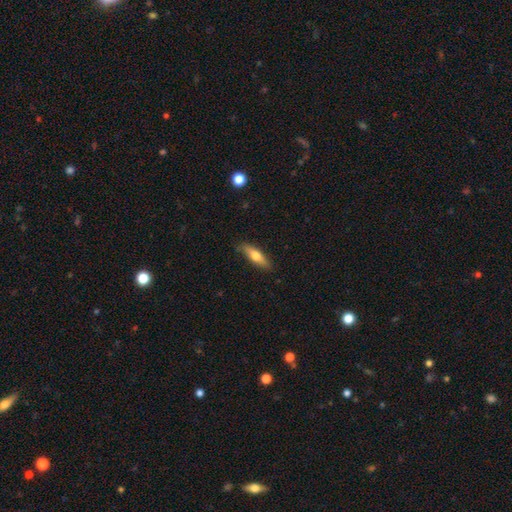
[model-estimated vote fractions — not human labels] Smooth or featured?
  - smooth: 59% *
  - featured or disk: 36%
  - star or artifact: 6%
How rounded?
  - cigar-shaped: 62% *
  - in between: 35%
  - round: 2%
Merging?
  - none: 83% *
  - minor disturbance: 13%
  - major disturbance: 2%
  - merger: 1%